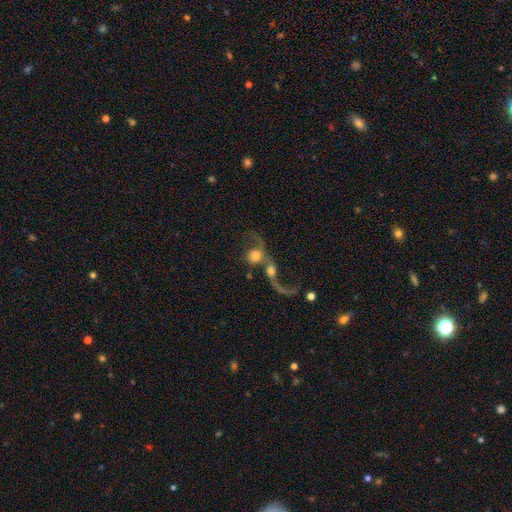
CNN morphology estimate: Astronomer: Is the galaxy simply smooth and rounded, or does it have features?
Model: smooth — 45%, tied with featured or disk at 45%.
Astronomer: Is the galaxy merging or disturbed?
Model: merger — 72%.